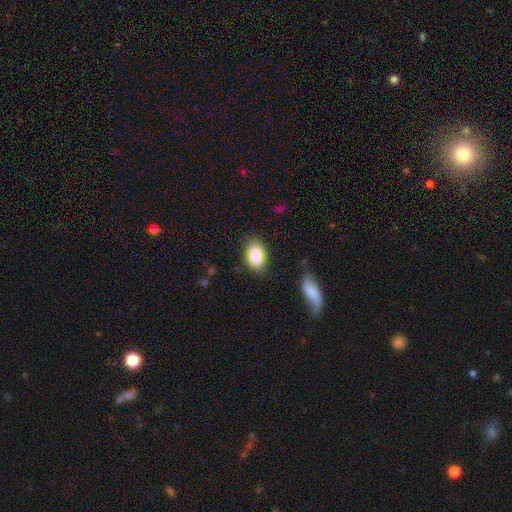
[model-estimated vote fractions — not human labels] A smooth galaxy with no disk features (87%) that is in between round and cigar-shaped (85%). Merging: none (79%).